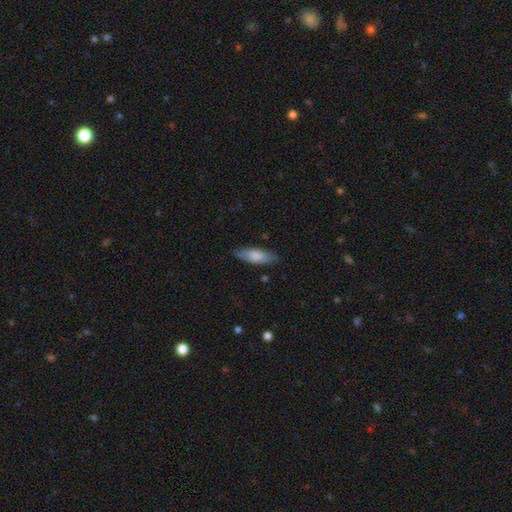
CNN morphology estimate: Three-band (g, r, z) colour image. It shows a smooth galaxy with no disk features (79%) that is in between round and cigar-shaped (66%). Merging: none (80%).